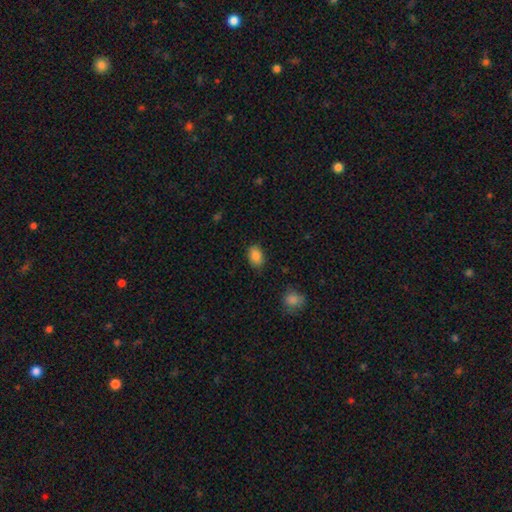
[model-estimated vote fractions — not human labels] This is clearly a smooth galaxy (86%). How rounded: clearly in between (86%). Merging: clearly none (83%).